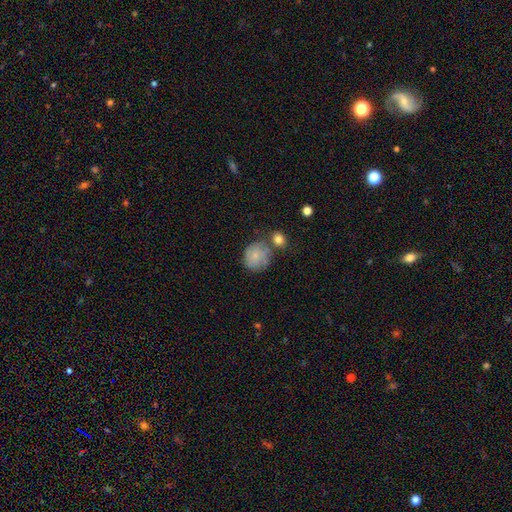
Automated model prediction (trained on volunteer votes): smooth 64%, featured or disk 28%, star or artifact 8%. Down the decision tree: how rounded — round (78%); merging — none (53%).